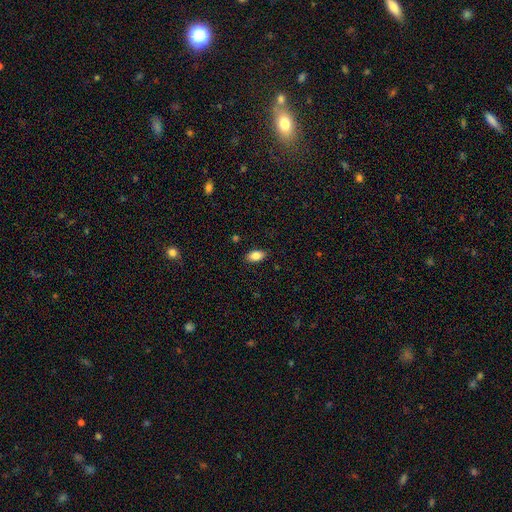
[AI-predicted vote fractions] Smooth or featured?
  - smooth: 83% *
  - featured or disk: 9%
  - star or artifact: 8%
How rounded?
  - in between: 91% *
  - round: 5%
  - cigar-shaped: 4%
Merging?
  - none: 87% *
  - minor disturbance: 10%
  - major disturbance: 2%
  - merger: 1%